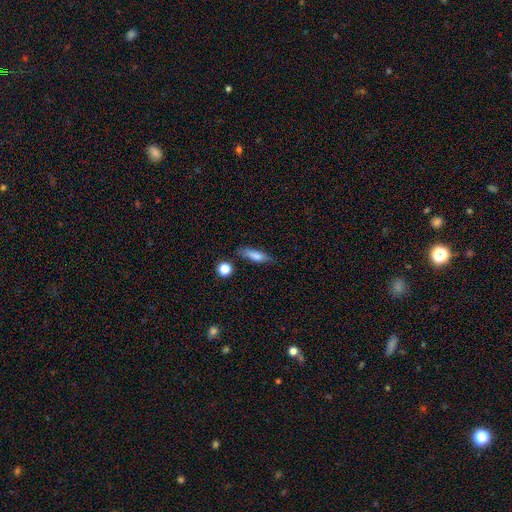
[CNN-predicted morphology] Smooth or featured? smooth (74%)
How rounded? cigar-shaped (55%)
Merging? none (72%)